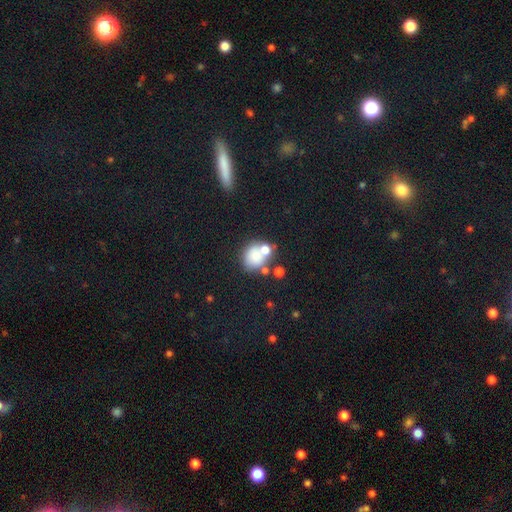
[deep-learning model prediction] Q: Smooth or featured?
A: smooth (72%); runner-up: featured or disk (15%)
Q: How rounded?
A: round (67%); runner-up: in between (32%)
Q: Merging?
A: none (46%); runner-up: merger (33%)